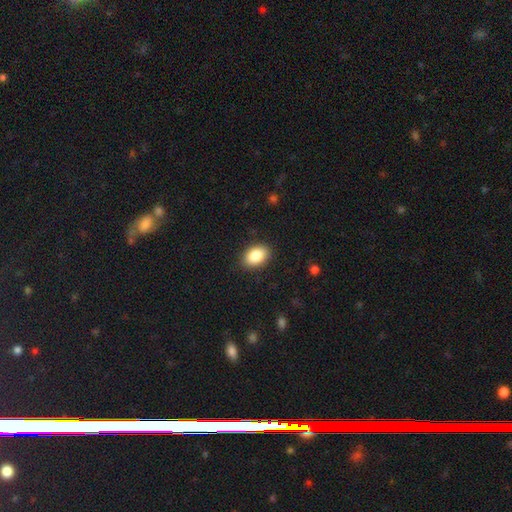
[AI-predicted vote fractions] smooth_or_featured: smooth (p=0.88) [alt: star or artifact p=0.07]
how_rounded: in between (p=0.87) [alt: round p=0.12]
merging: none (p=0.87) [alt: minor disturbance p=0.09]